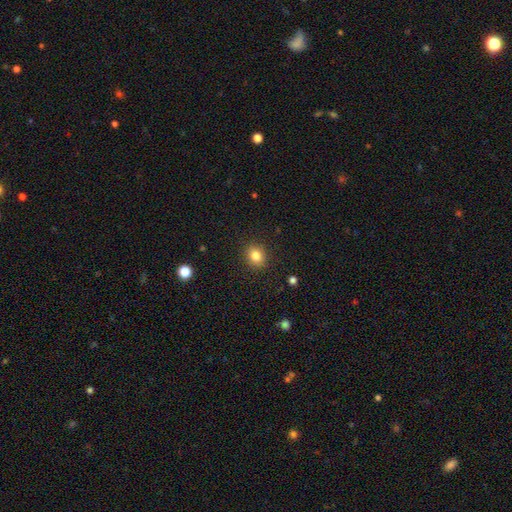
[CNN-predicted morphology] Smooth or featured?
  - smooth: 82% *
  - star or artifact: 11%
  - featured or disk: 6%
How rounded?
  - round: 66% *
  - in between: 33%
  - cigar-shaped: 1%
Merging?
  - none: 90% *
  - minor disturbance: 7%
  - major disturbance: 2%
  - merger: 1%